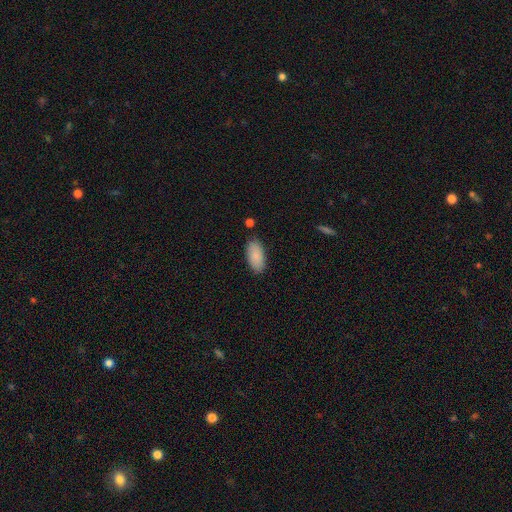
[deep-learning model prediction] smooth 88%, star or artifact 6%, featured or disk 6%. Down the decision tree: how rounded — in between (93%); merging — none (84%).